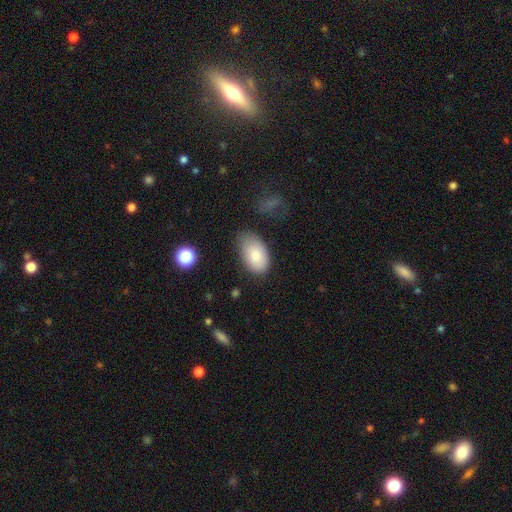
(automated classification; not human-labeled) Morphology: type=smooth (81%); roundness=in between (93%); merging=none (65%).